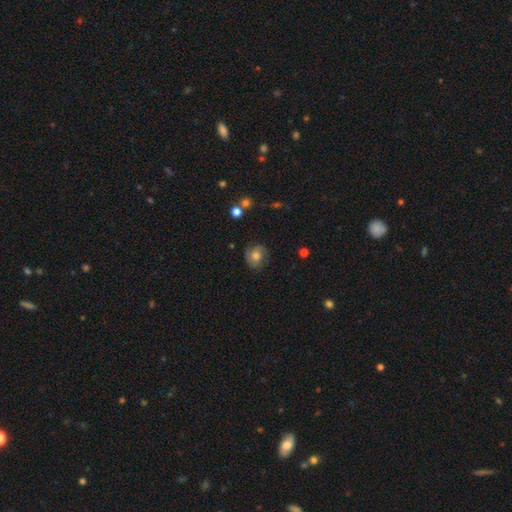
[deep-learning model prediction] Smooth or featured: featured or disk — 49% (smooth — 42%)
Merging: none — 74% (minor disturbance — 18%)